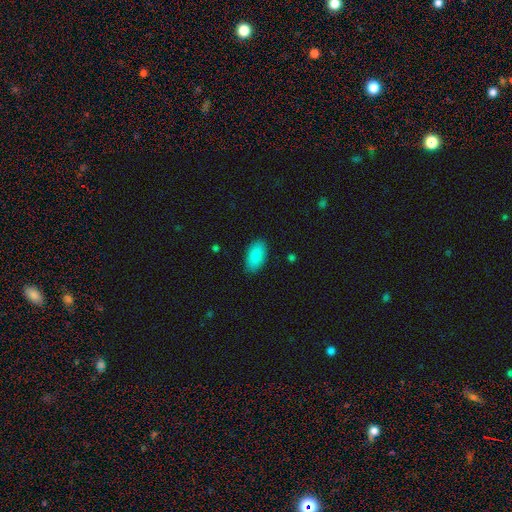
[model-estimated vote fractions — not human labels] Smooth or featured? smooth (88%)
How rounded? in between (95%)
Merging? none (87%)